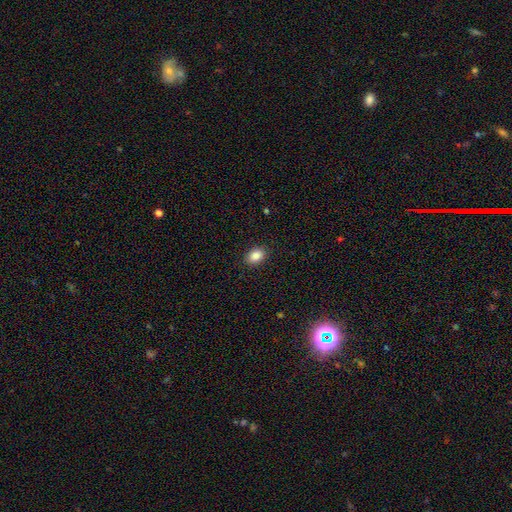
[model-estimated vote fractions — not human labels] The model was most divided on "how rounded": in between: 77%, round: 22%, cigar-shaped: 1%. More confident: merging — none (89%); smooth or featured — smooth (87%).